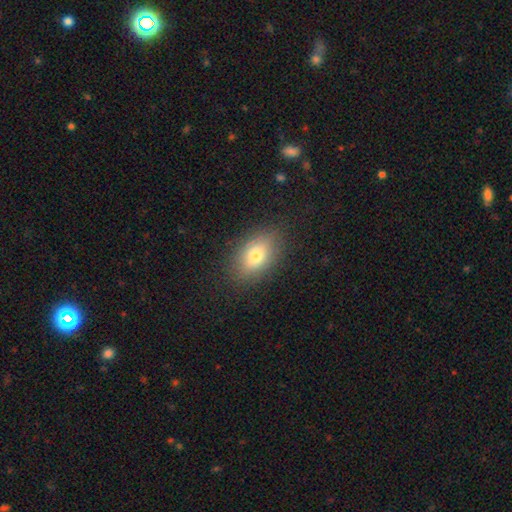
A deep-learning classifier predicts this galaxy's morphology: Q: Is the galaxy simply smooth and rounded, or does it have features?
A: smooth — 75%.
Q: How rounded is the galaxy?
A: in between — 85%.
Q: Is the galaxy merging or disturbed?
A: none — 84%.